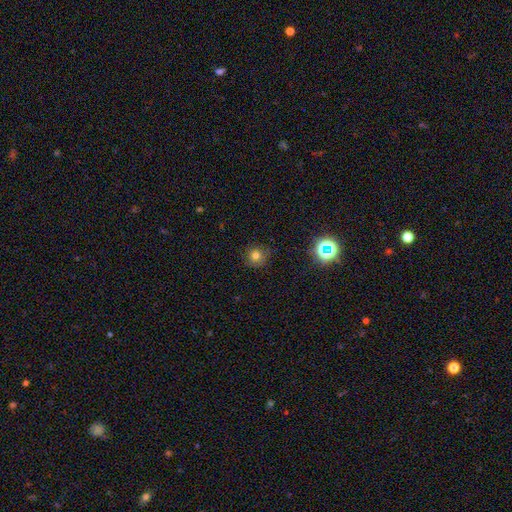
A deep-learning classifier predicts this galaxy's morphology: smooth 73%, star or artifact 18%, featured or disk 8%. Down the decision tree: how rounded — round (93%); merging — none (83%).